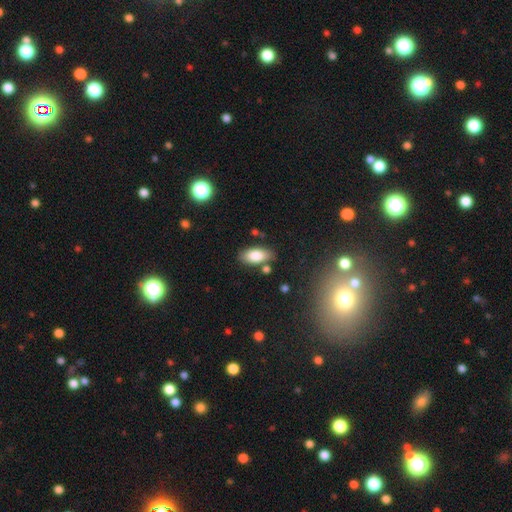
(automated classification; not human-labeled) Morphology: type=smooth (84%); roundness=in between (92%); merging=none (78%).